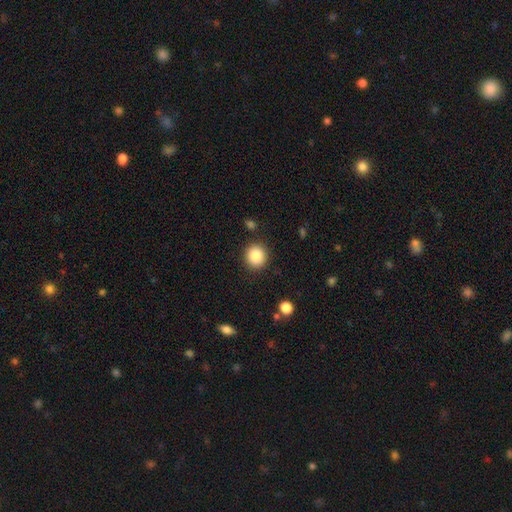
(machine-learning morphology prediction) smooth-or-featured: smooth: 87% | star or artifact: 9% | featured or disk: 4%
  how-rounded: round: 89% | in between: 10% | cigar-shaped: 1%
  merging: none: 89% | minor disturbance: 7% | major disturbance: 2% | merger: 2%